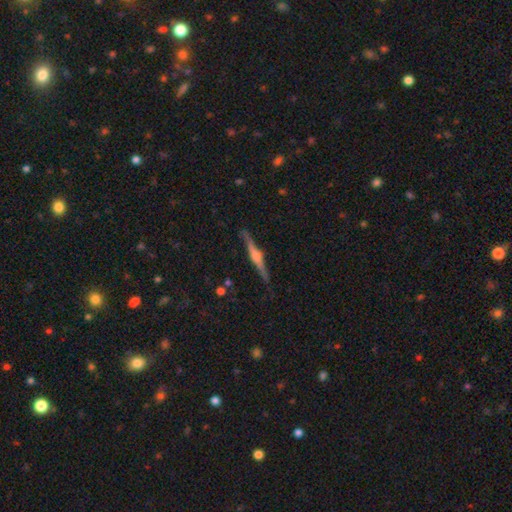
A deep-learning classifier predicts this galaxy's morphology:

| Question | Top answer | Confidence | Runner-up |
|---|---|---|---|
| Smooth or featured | featured or disk | 82% | smooth (12%) |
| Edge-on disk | yes | 98% | no (2%) |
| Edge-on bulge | rounded | 82% | boxy (13%) |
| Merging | none | 90% | minor disturbance (7%) |